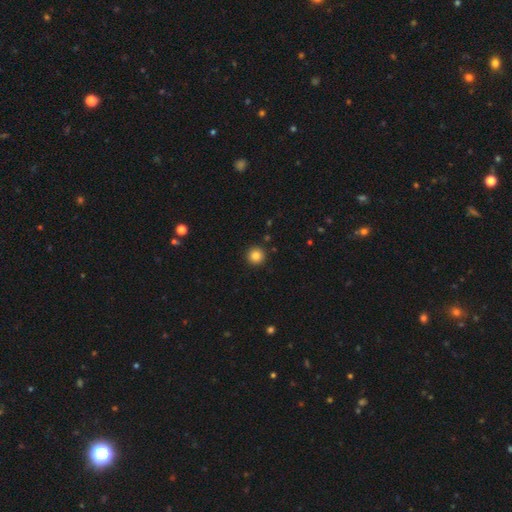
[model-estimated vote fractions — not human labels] Smooth or featured?
  - smooth: 85% *
  - star or artifact: 11%
  - featured or disk: 5%
How rounded?
  - round: 96% *
  - in between: 3%
  - cigar-shaped: 1%
Merging?
  - none: 92% *
  - minor disturbance: 5%
  - major disturbance: 2%
  - merger: 1%